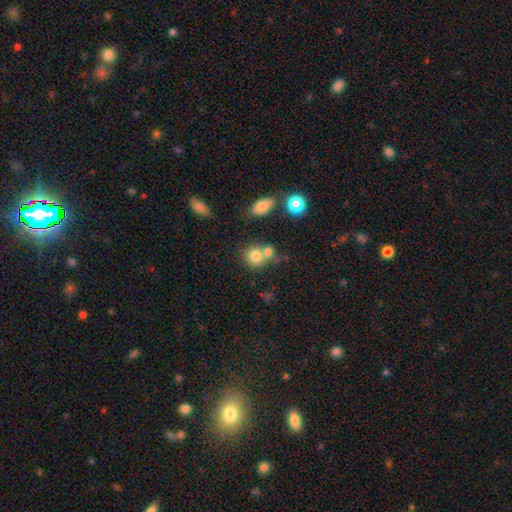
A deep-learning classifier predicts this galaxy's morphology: Q: Smooth or featured?
A: smooth (77%); runner-up: featured or disk (12%)
Q: How rounded?
A: round (80%); runner-up: in between (19%)
Q: Merging?
A: none (45%); runner-up: merger (41%)